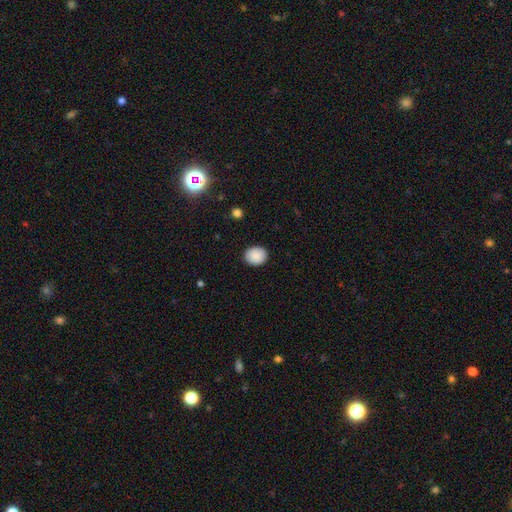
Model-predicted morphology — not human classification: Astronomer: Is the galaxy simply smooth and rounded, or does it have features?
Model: smooth — 90%.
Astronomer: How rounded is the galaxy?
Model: round — 57% (runner-up: in between, 42%).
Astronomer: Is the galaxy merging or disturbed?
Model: none — 89%.